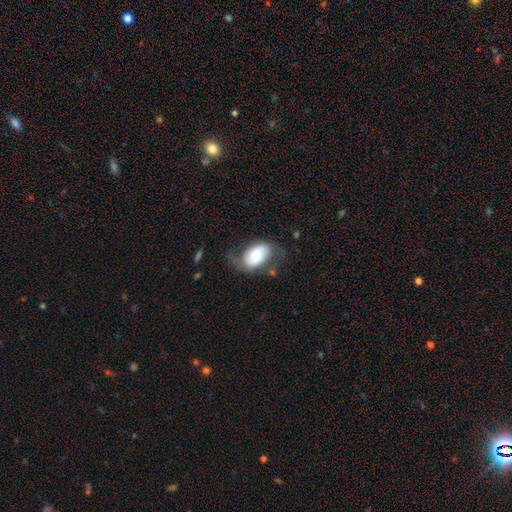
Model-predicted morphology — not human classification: Smooth or featured? featured or disk (47%)
Merging? none (52%)